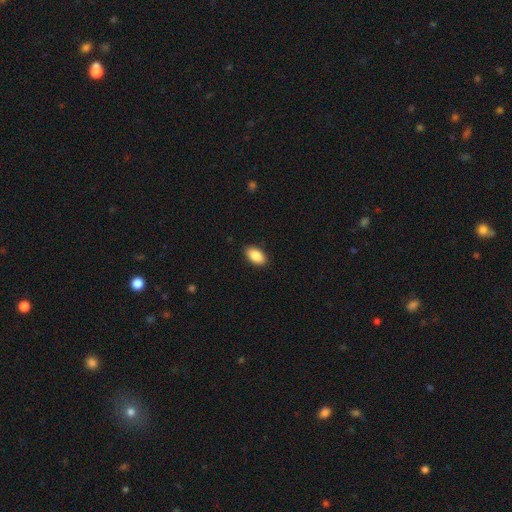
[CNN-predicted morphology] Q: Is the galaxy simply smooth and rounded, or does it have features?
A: smooth — 89%.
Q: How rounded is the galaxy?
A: in between — 93%.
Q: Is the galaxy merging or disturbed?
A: none — 88%.